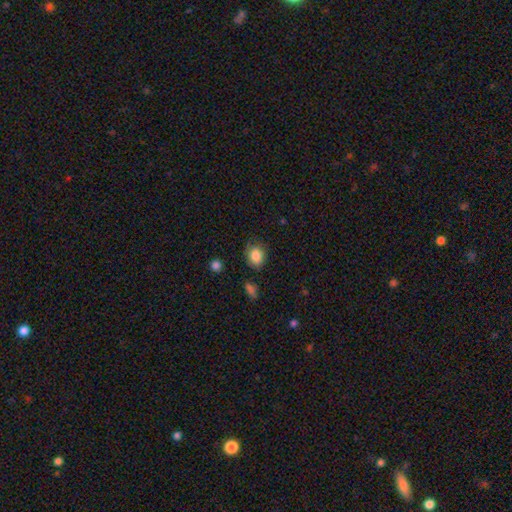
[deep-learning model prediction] Q: Smooth or featured?
A: smooth (85%); runner-up: star or artifact (9%)
Q: How rounded?
A: round (57%); runner-up: in between (42%)
Q: Merging?
A: none (76%); runner-up: minor disturbance (17%)